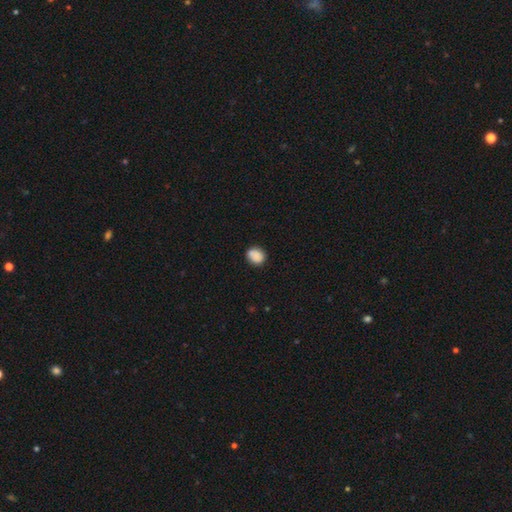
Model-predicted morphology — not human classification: smooth-or-featured: smooth: 86% | star or artifact: 8% | featured or disk: 6%
  how-rounded: round: 67% | in between: 32% | cigar-shaped: 1%
  merging: none: 77% | minor disturbance: 16% | merger: 4% | major disturbance: 3%